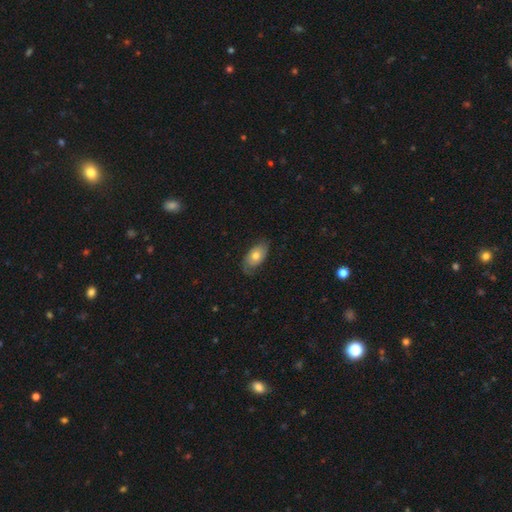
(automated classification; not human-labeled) Smooth or featured?
  - smooth: 55% *
  - featured or disk: 38%
  - star or artifact: 7%
How rounded?
  - in between: 91% *
  - round: 7%
  - cigar-shaped: 2%
Merging?
  - none: 64% *
  - minor disturbance: 26%
  - major disturbance: 9%
  - merger: 1%